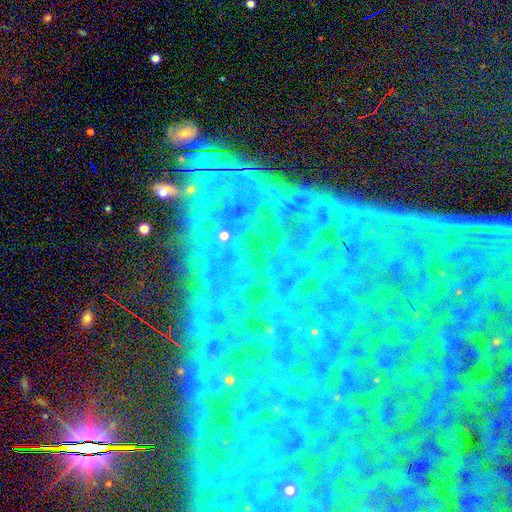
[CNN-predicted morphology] A star or artifact, not a galaxy (86%).